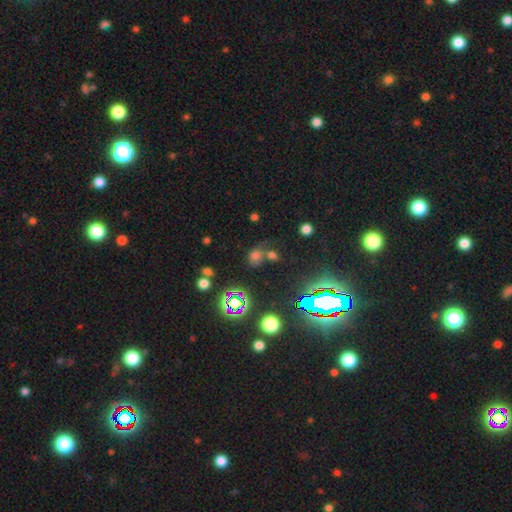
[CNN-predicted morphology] Smooth or featured: smooth — 50% (star or artifact — 41%)
Merging: none — 53% (merger — 27%)